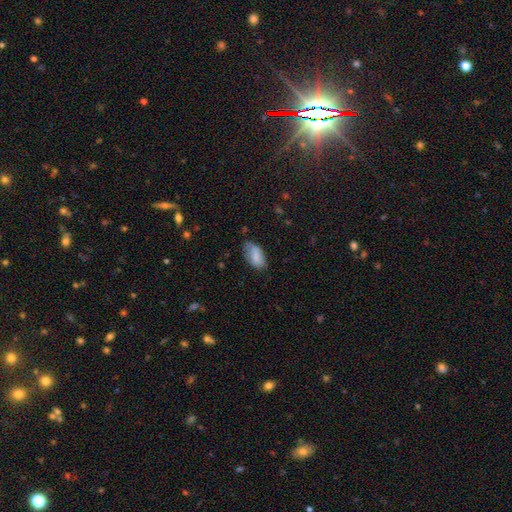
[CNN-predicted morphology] A smooth galaxy with no disk features (79%) that is in between round and cigar-shaped (93%). Merging: none (62%).